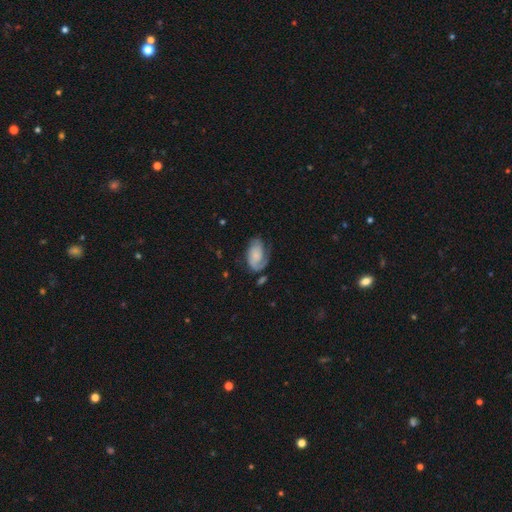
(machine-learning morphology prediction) smooth-or-featured: featured or disk: 65% | smooth: 28% | star or artifact: 7%
  disk-edge-on: no: 97% | yes: 3%
    bar: no: 71% | weak: 24% | strong: 5%
    has-spiral-arms: yes: 91% | no: 9%
      spiral-winding: tight: 44% | medium: 36% | loose: 20%
      spiral-arm-count: 1: 55% | 2: 32% | can't tell: 9% | 3: 2% | 4: 1% | more than 4: 1%
    bulge-size: none: 37% | small: 31% | moderate: 17% | large: 12% | dominant: 4%
  merging: none: 52% | minor disturbance: 24% | major disturbance: 20% | merger: 3%